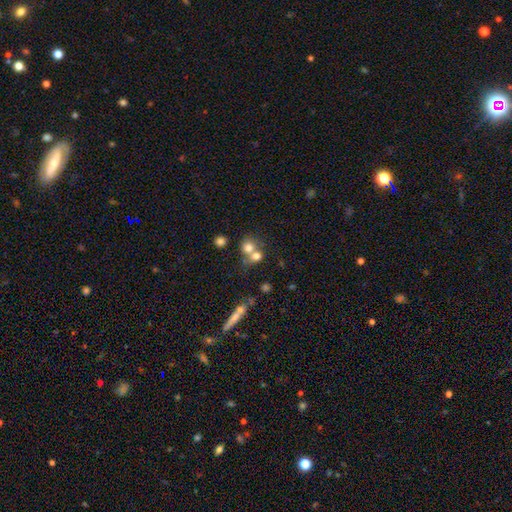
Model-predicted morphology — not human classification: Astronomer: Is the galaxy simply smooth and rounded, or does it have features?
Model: smooth — 71%.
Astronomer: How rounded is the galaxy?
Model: round — 79%.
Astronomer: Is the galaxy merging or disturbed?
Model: merger — 55% (runner-up: none, 34%).